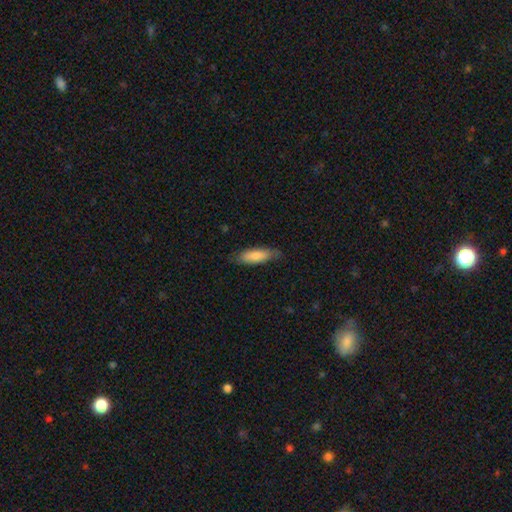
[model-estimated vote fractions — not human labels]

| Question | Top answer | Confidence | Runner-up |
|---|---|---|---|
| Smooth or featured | smooth | 80% | featured or disk (14%) |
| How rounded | in between | 53% | cigar-shaped (46%) |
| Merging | none | 76% | minor disturbance (19%) |